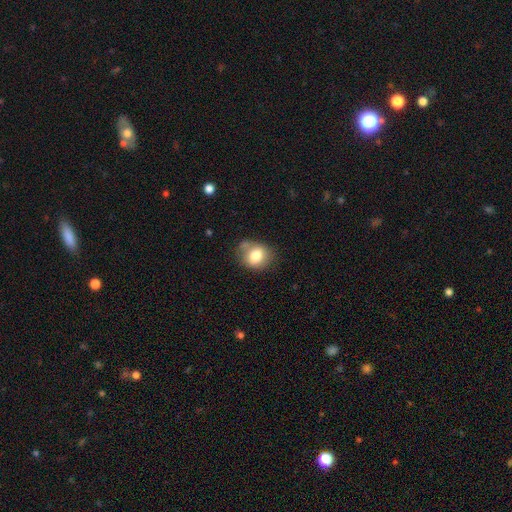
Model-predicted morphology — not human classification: The model was most divided on "how rounded": round: 62%, in between: 37%, cigar-shaped: 1%. More confident: smooth or featured — smooth (77%); merging — none (61%).